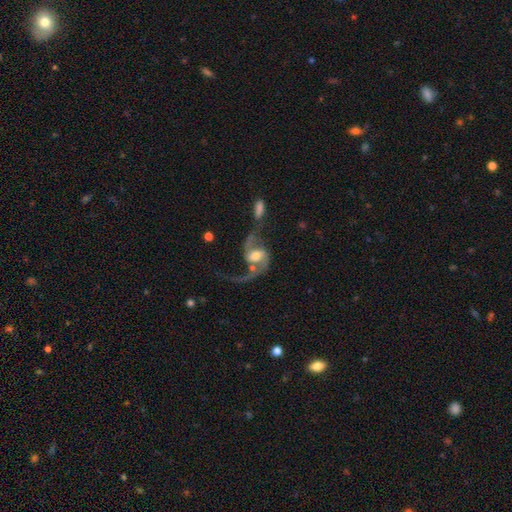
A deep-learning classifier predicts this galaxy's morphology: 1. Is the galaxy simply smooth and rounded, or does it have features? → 86% featured or disk, 8% smooth, 6% star or artifact.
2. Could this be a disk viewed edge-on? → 97% no, 3% yes.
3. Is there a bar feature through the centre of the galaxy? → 44% weak, 35% no, 21% strong.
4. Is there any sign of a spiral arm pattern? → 95% yes, 5% no.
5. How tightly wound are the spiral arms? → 75% loose, 21% medium, 4% tight.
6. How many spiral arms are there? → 86% 2, 9% 1, 2% can't tell, 1% 3, 1% 4, 1% more than 4.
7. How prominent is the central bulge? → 57% moderate, 19% large, 18% small, 4% none, 2% dominant.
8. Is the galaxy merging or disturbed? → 37% none, 29% merger, 22% major disturbance, 12% minor disturbance.